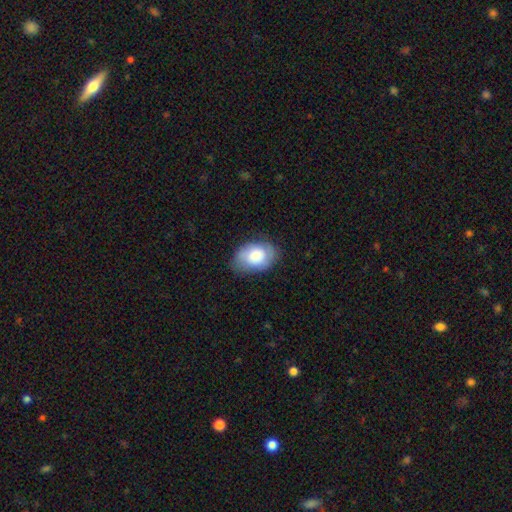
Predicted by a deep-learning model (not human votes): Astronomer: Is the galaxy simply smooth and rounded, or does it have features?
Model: smooth — 76%.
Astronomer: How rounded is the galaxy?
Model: in between — 86%.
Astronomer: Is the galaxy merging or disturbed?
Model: none — 72%.